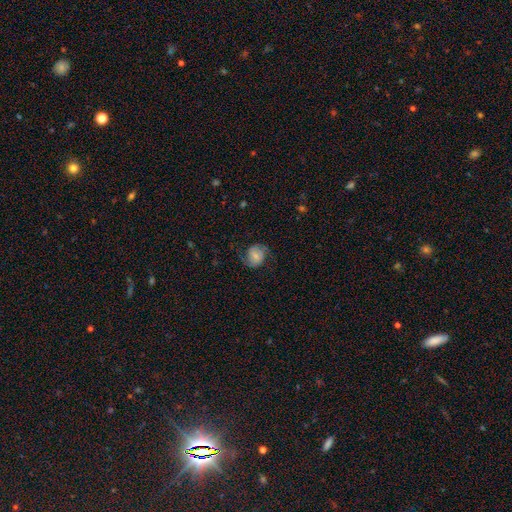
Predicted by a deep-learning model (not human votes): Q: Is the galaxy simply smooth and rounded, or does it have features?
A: featured or disk — 56%.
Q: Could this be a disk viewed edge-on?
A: no — 97%.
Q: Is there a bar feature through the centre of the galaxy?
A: no — 57%.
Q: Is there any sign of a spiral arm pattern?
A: yes — 89%.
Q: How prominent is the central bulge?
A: small — 53%.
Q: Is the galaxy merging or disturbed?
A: none — 68%.